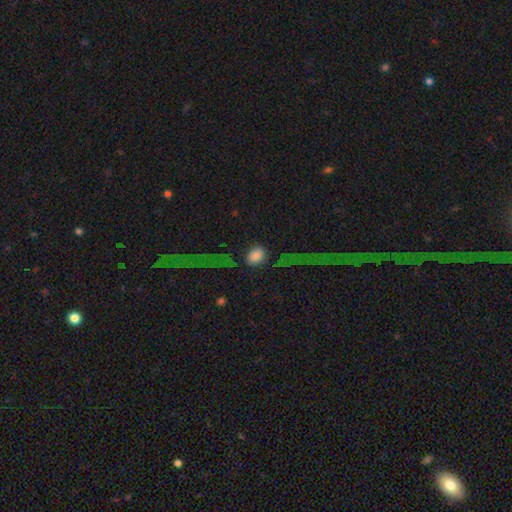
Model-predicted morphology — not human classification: smooth 80%, featured or disk 10%, star or artifact 10%. Down the decision tree: how rounded — in between (56%); merging — none (76%).